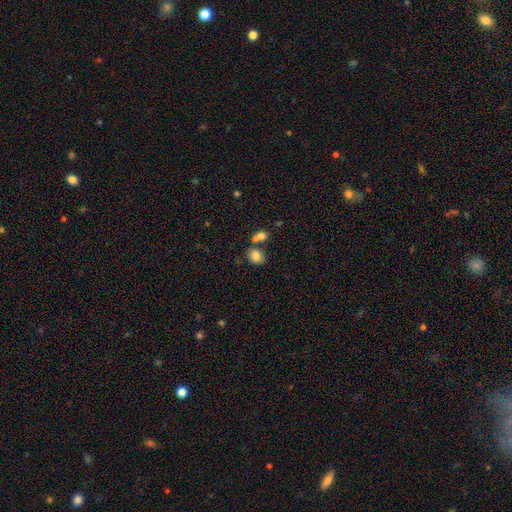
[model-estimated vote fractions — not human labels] Smooth or featured?
  - smooth: 82% *
  - star or artifact: 9%
  - featured or disk: 8%
How rounded?
  - in between: 60% *
  - round: 39%
  - cigar-shaped: 1%
Merging?
  - none: 56% *
  - merger: 28%
  - minor disturbance: 12%
  - major disturbance: 4%